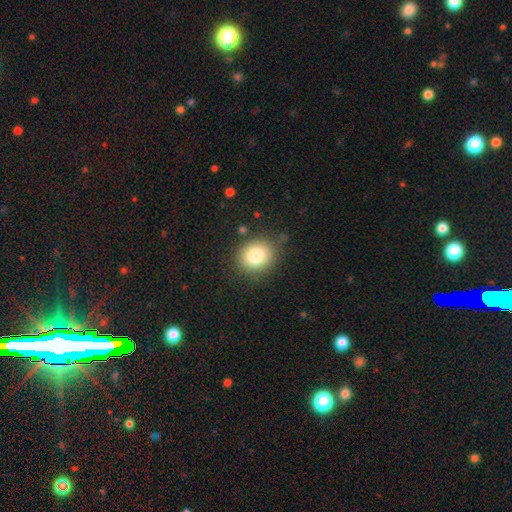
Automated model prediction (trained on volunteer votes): A smooth galaxy with no disk features (84%) that is round (74%).

Vote fractions:
- Smooth or featured? smooth: 84% / star or artifact: 9% / featured or disk: 7%
- How rounded? round: 74% / in between: 25% / cigar-shaped: 1%
- Merging? none: 79% / minor disturbance: 14% / major disturbance: 5% / merger: 2%